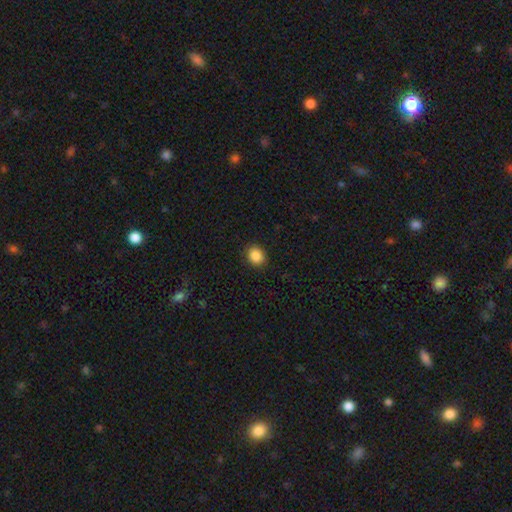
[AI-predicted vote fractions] The model was most divided on "how rounded": round: 63%, in between: 36%, cigar-shaped: 1%. More confident: merging — none (89%); smooth or featured — smooth (88%).